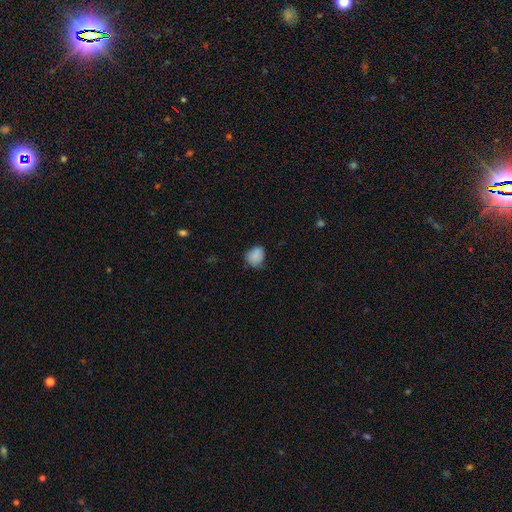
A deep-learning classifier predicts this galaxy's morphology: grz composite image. It shows a smooth galaxy with no disk features (84%) that is round (53%). Merging: none (63%).